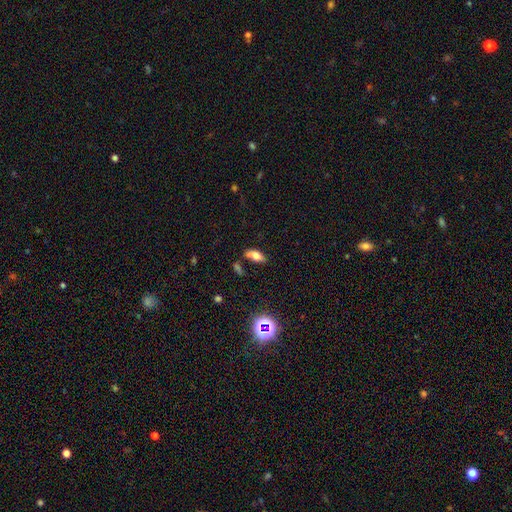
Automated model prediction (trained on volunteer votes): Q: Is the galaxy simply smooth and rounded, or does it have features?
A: smooth — 70%.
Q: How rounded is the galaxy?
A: in between — 83%.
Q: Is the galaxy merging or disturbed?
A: none — 62%.